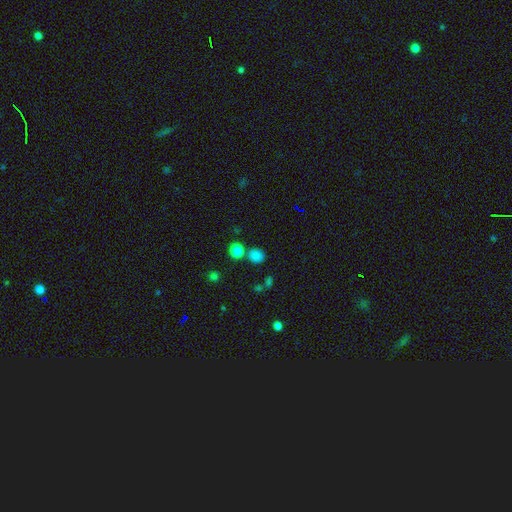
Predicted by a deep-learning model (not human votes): smooth_or_featured: smooth (p=0.79) [alt: star or artifact p=0.16]
how_rounded: round (p=0.82) [alt: in between p=0.17]
merging: none (p=0.73) [alt: merger p=0.14]